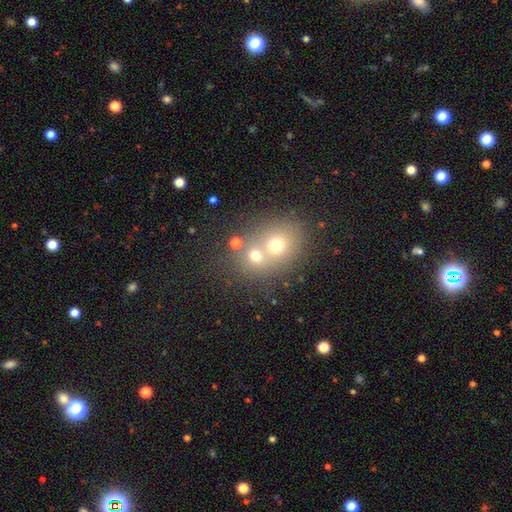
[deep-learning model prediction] Smooth or featured?
  - smooth: 64% *
  - star or artifact: 18%
  - featured or disk: 18%
How rounded?
  - round: 72% *
  - in between: 27%
  - cigar-shaped: 1%
Merging?
  - merger: 53% *
  - none: 37%
  - minor disturbance: 6%
  - major disturbance: 3%